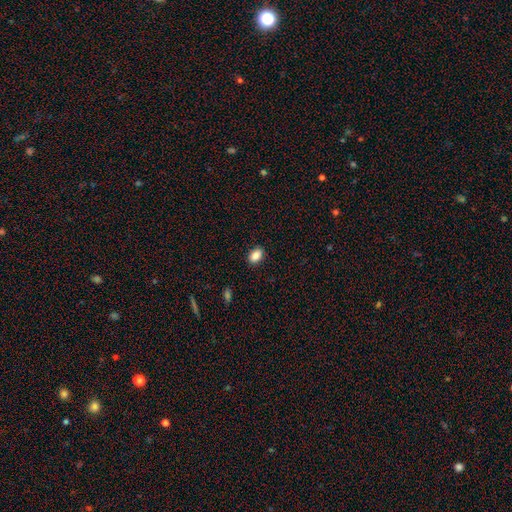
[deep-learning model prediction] Smooth or featured?
  - smooth: 88% *
  - star or artifact: 8%
  - featured or disk: 4%
How rounded?
  - in between: 85% *
  - round: 13%
  - cigar-shaped: 1%
Merging?
  - none: 88% *
  - minor disturbance: 8%
  - major disturbance: 2%
  - merger: 1%